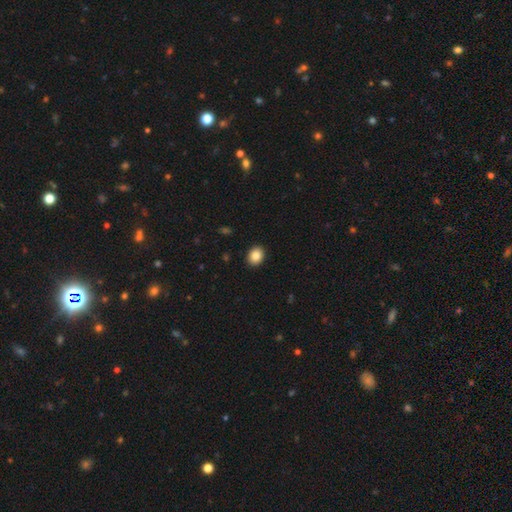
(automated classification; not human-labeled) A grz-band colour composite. It shows a smooth galaxy with no disk features (86%) that is in between round and cigar-shaped (50%, tied with round). Merging: none (92%).